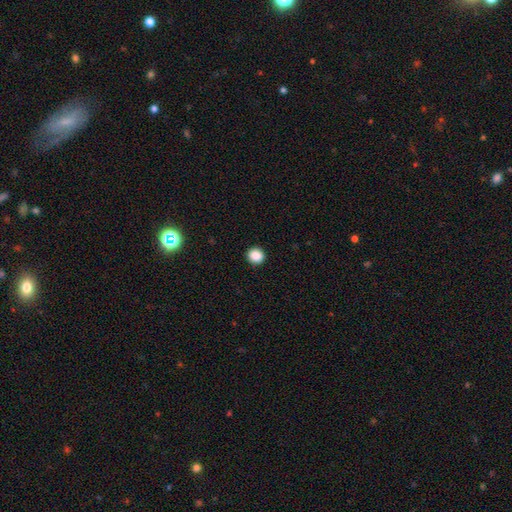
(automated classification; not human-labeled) Q: Smooth or featured?
A: smooth (88%); runner-up: star or artifact (10%)
Q: How rounded?
A: round (88%); runner-up: in between (11%)
Q: Merging?
A: none (93%); runner-up: minor disturbance (5%)